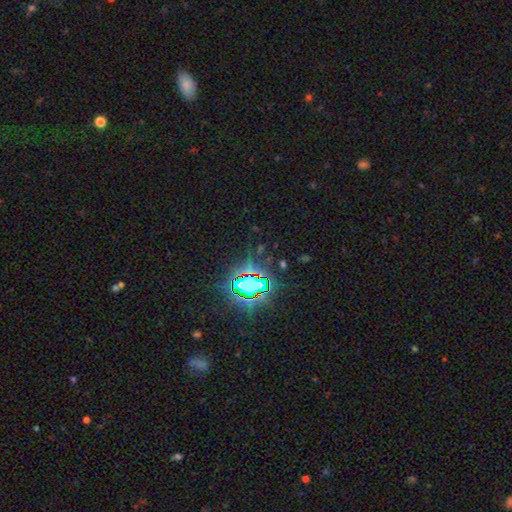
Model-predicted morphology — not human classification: The model was most divided on "smooth or featured": star or artifact: 82%, smooth: 11%, featured or disk: 7%.